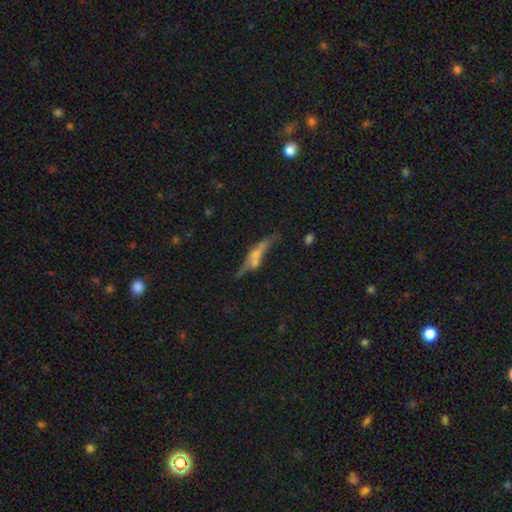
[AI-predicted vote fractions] smooth-or-featured: featured or disk: 50% | smooth: 40% | star or artifact: 10%
  disk-edge-on: yes: 64% | no: 36%
  merging: none: 43% | merger: 26% | minor disturbance: 19% | major disturbance: 11%